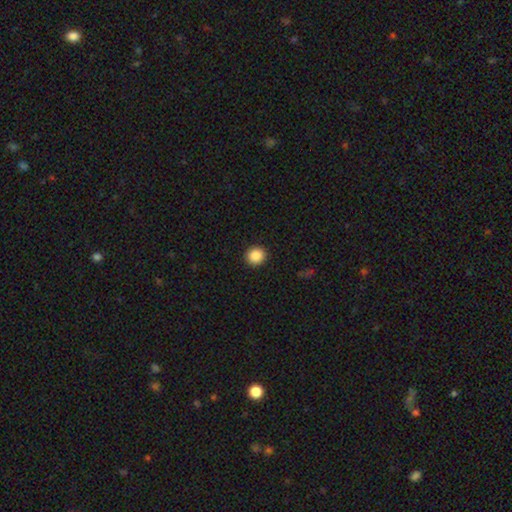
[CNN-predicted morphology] This appears to be a smooth galaxy with no disk features (88%) that is round (88%). Merging: none (92%).